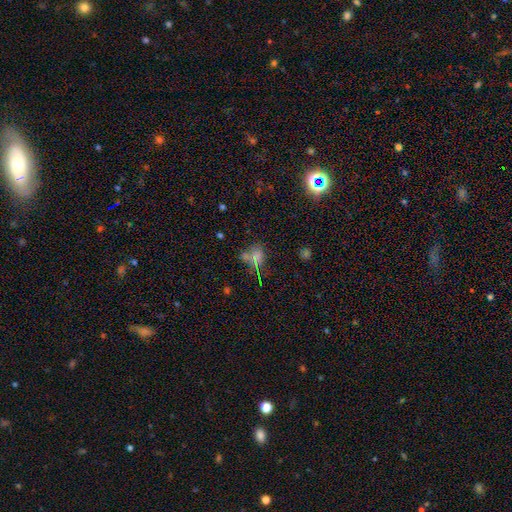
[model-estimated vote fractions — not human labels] smooth-or-featured: smooth: 55% | star or artifact: 34% | featured or disk: 11%
  how-rounded: in between: 60% | round: 34% | cigar-shaped: 6%
  merging: none: 56% | merger: 17% | minor disturbance: 17% | major disturbance: 10%